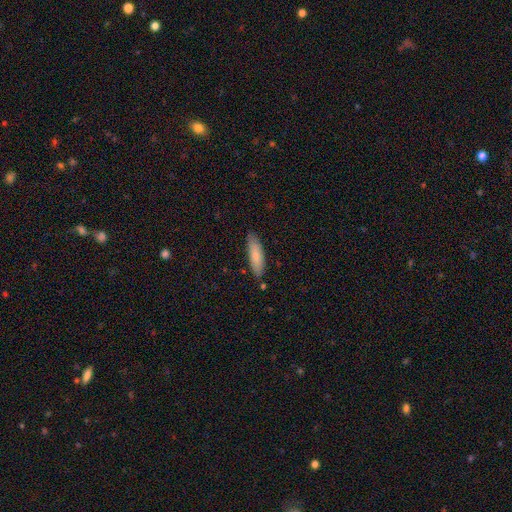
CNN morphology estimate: Smooth or featured?
  - smooth: 79% *
  - featured or disk: 15%
  - star or artifact: 6%
How rounded?
  - cigar-shaped: 59% *
  - in between: 39%
  - round: 1%
Merging?
  - none: 84% *
  - minor disturbance: 12%
  - merger: 2%
  - major disturbance: 2%